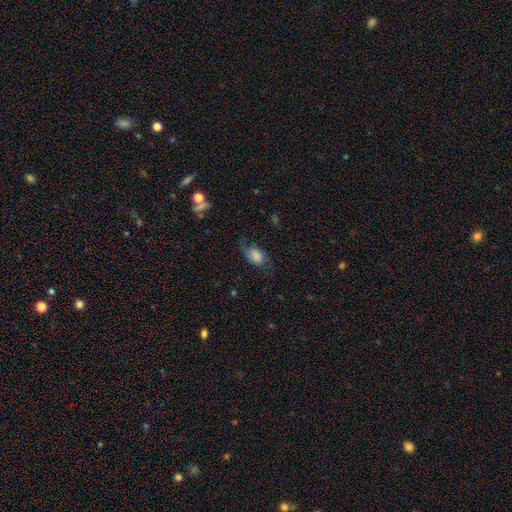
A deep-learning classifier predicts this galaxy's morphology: Overall: smooth (70%). How rounded: in between (85%). Merging: none (55%; minor disturbance 26%).